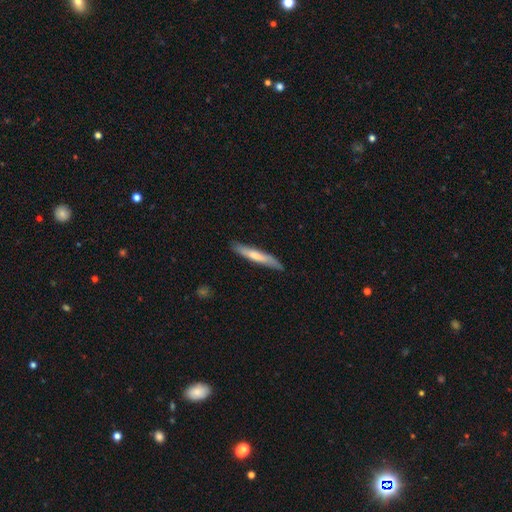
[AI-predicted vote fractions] This appears to be a smooth galaxy with no disk features (63%) that is cigar-shaped (93%). Merging: none (85%).